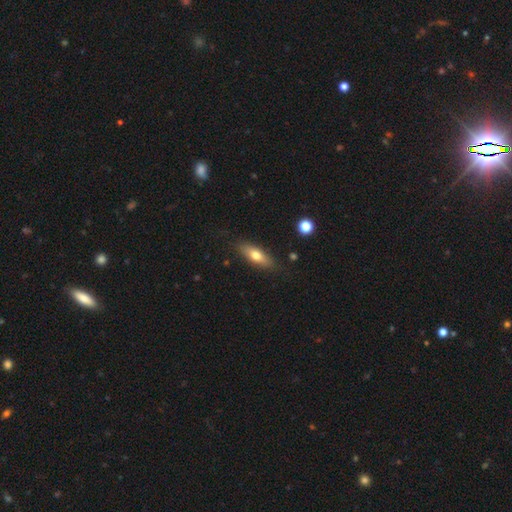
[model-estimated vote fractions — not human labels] smooth_or_featured: smooth (p=0.65) [alt: featured or disk p=0.28]
how_rounded: in between (p=0.60) [alt: cigar-shaped p=0.37]
merging: none (p=0.83) [alt: minor disturbance p=0.13]